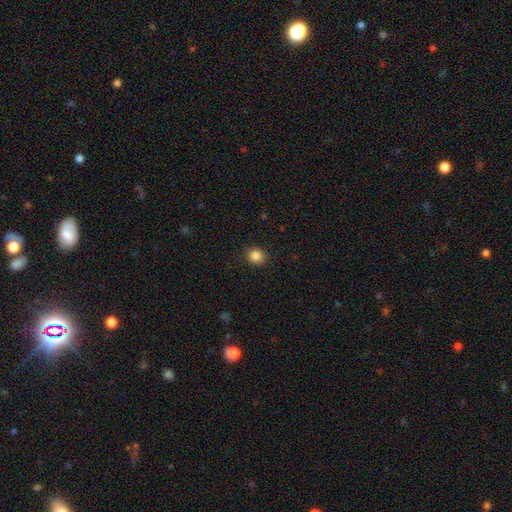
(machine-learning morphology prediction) smooth_or_featured: smooth (p=0.86) [alt: star or artifact p=0.10]
how_rounded: round (p=0.82) [alt: in between p=0.17]
merging: none (p=0.90) [alt: minor disturbance p=0.07]